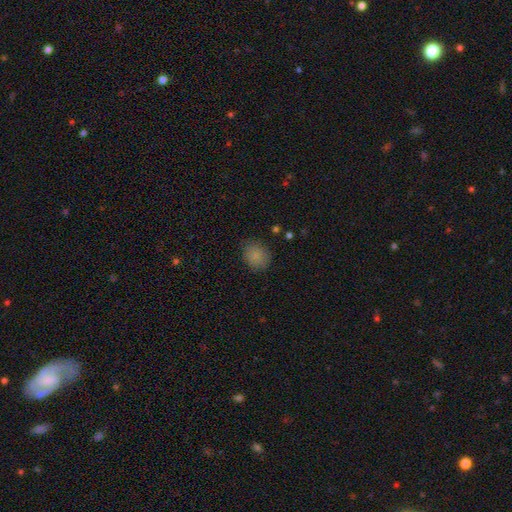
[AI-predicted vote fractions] A smooth galaxy with no disk features (84%) that is round (62%). Merging: none (81%).